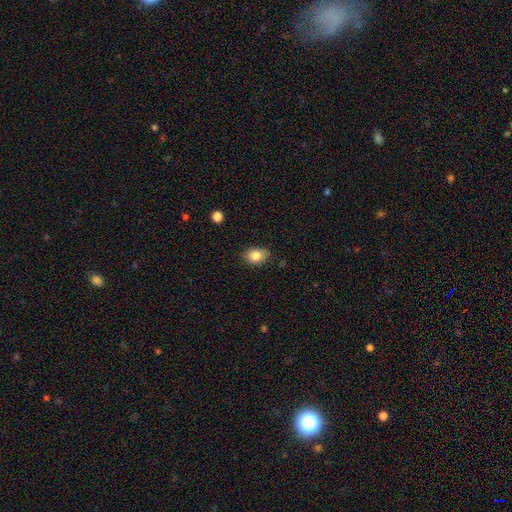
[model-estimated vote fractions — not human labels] Smooth or featured? Predicted: smooth (p=0.85). How rounded? Predicted: in between (p=0.73). Merging? Predicted: none (p=0.82).